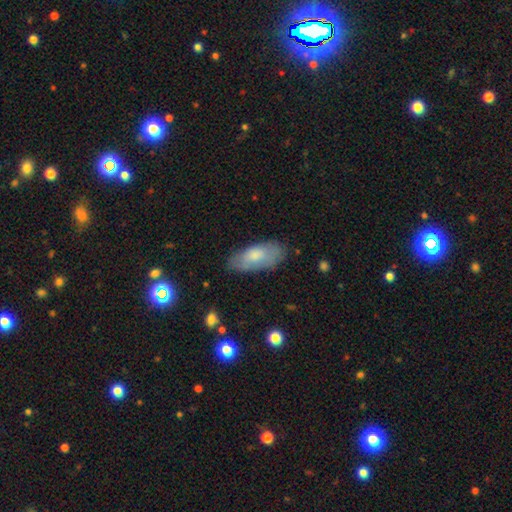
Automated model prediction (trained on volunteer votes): This appears to be a smooth galaxy with no disk features (74%) that is in between round and cigar-shaped (86%). Merging: none (74%).